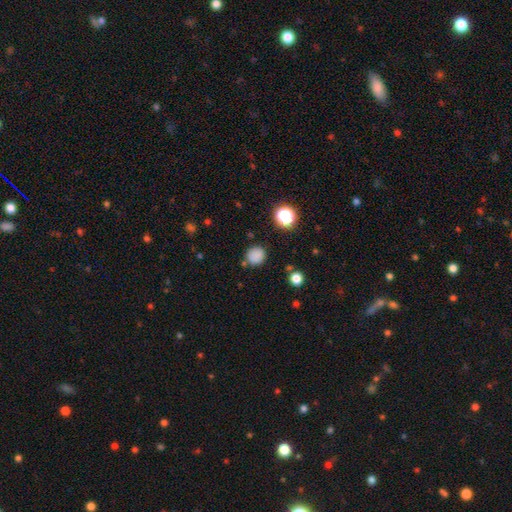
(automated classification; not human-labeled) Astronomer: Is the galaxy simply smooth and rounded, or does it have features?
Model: smooth — 81%.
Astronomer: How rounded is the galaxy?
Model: round — 90%.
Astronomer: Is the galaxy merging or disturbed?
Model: none — 82%.